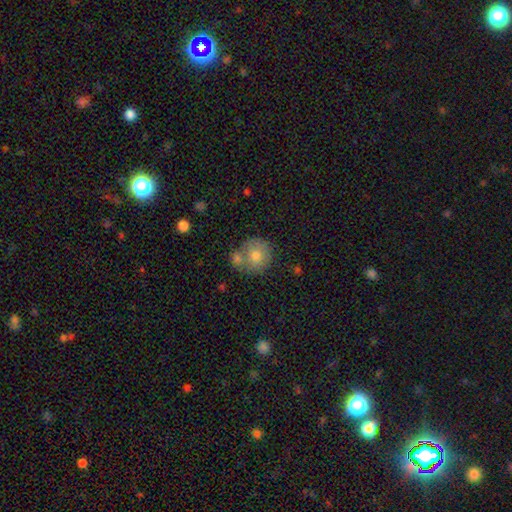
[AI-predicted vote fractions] smooth_or_featured: smooth (p=0.74) [alt: featured or disk p=0.18]
how_rounded: round (p=0.88) [alt: in between p=0.11]
merging: none (p=0.52) [alt: merger p=0.30]